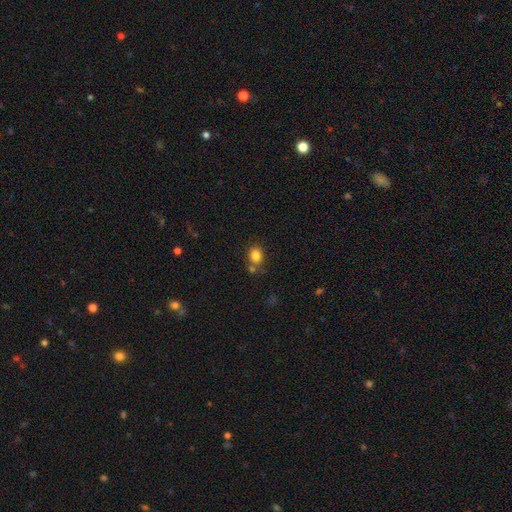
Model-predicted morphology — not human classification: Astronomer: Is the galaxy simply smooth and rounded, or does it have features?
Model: smooth — 83%.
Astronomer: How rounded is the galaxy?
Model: round — 50% (runner-up: in between, 49%).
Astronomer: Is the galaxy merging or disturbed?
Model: none — 66%.